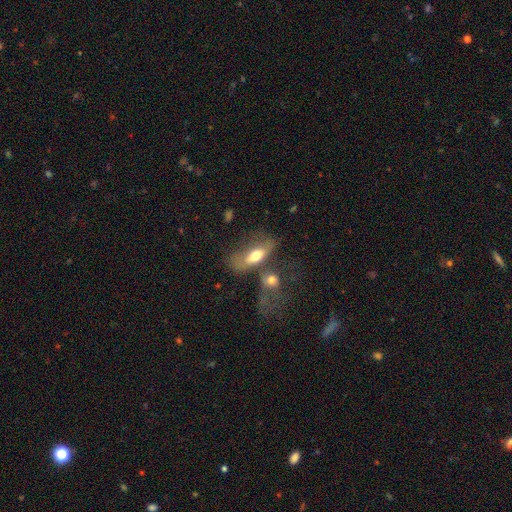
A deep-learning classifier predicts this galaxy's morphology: smooth 59%, featured or disk 33%, star or artifact 8%. Down the decision tree: how rounded — in between (75%); merging — merger (39%).